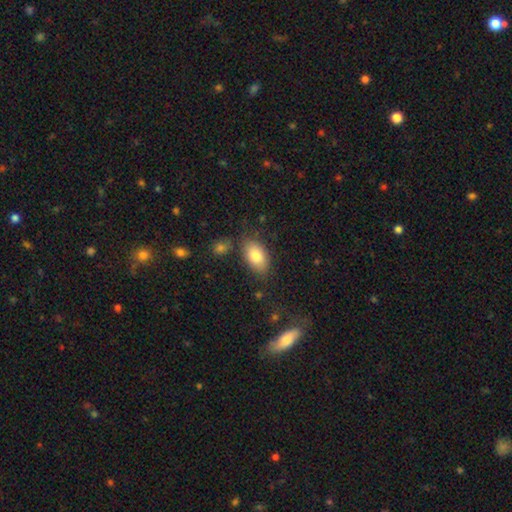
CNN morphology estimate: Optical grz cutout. It shows a smooth galaxy with no disk features (82%) that is in between round and cigar-shaped (92%). Merging: none (77%).